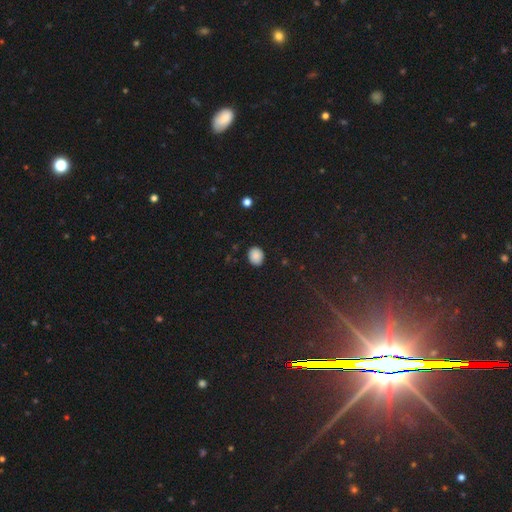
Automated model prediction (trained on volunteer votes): Smooth or featured: smooth — 88% (star or artifact — 9%)
How rounded: round — 54% (in between — 45%)
Merging: none — 88% (minor disturbance — 9%)